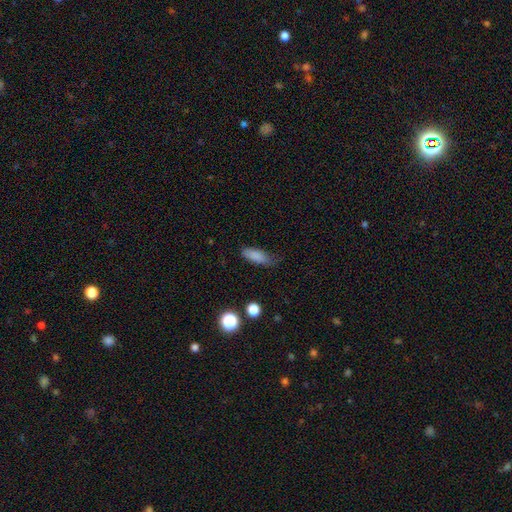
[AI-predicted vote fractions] A smooth galaxy with no disk features (84%) that is in between round and cigar-shaped (70%). Merging: none (60%).